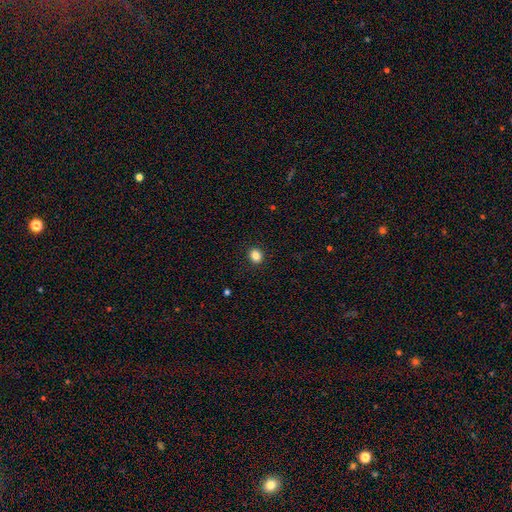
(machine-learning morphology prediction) Smooth or featured? smooth (85%)
How rounded? round (71%)
Merging? none (92%)